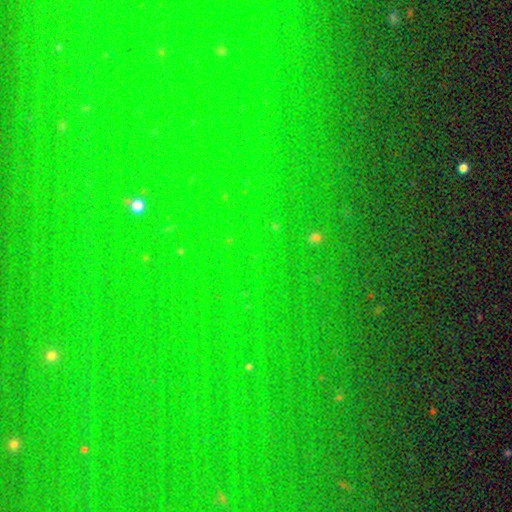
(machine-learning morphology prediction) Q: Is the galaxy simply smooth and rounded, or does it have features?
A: star or artifact — 80%.